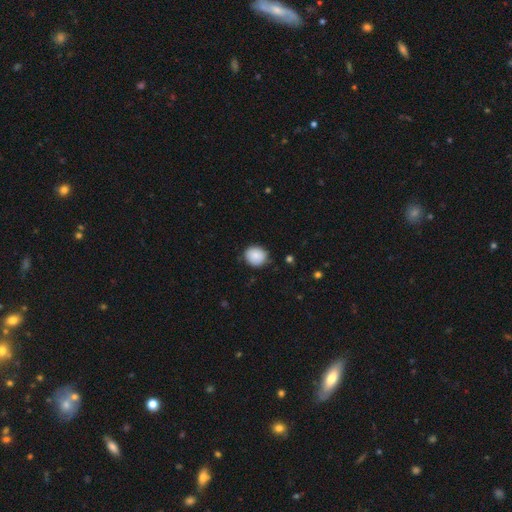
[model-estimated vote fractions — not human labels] This appears to be a smooth galaxy with no disk features (88%) that is round (79%). Merging: none (83%).